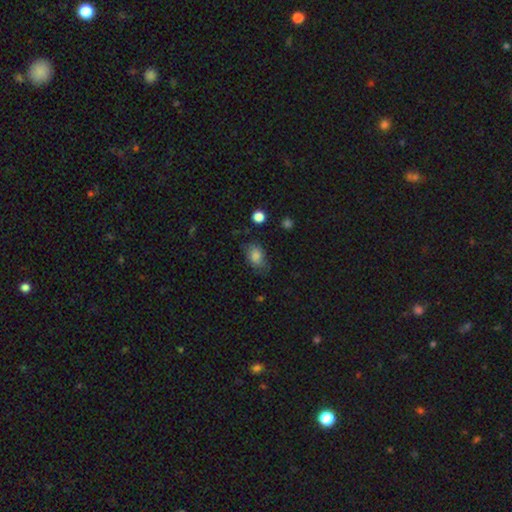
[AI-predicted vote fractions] Q: Smooth or featured?
A: smooth (80%); runner-up: featured or disk (11%)
Q: How rounded?
A: in between (82%); runner-up: round (16%)
Q: Merging?
A: none (63%); runner-up: minor disturbance (26%)